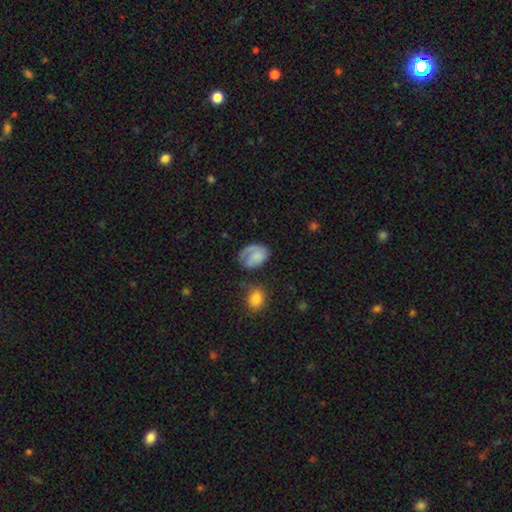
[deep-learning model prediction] smooth_or_featured: smooth (p=0.56) [alt: featured or disk p=0.35]
how_rounded: in between (p=0.73) [alt: round p=0.26]
merging: none (p=0.43) [alt: minor disturbance p=0.27]